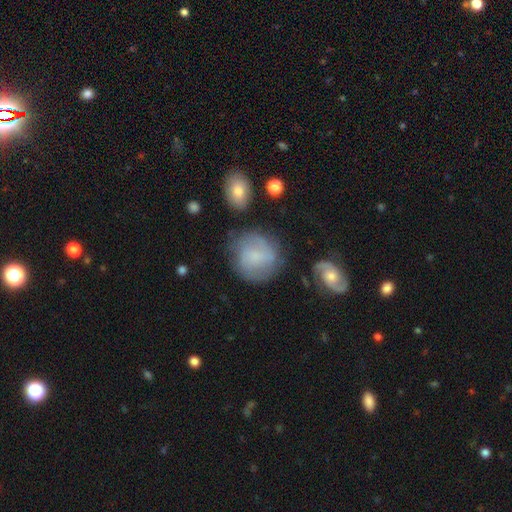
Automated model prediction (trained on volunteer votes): Smooth or featured? Predicted: smooth (p=0.47). Merging? Predicted: none (p=0.67).